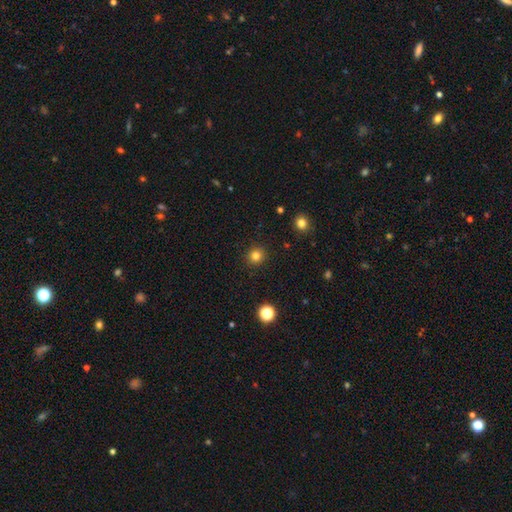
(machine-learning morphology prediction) type=smooth (82%); roundness=round (92%); merging=none (92%).